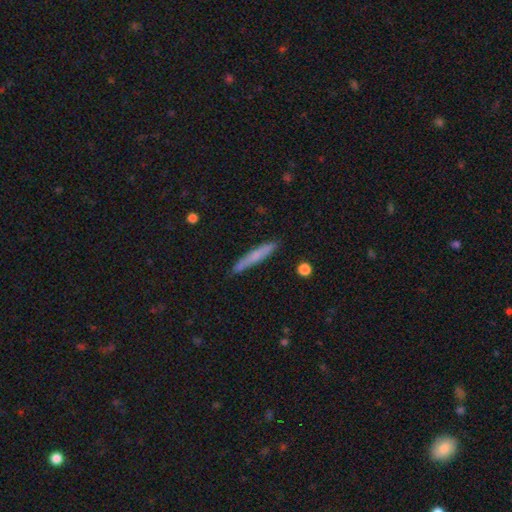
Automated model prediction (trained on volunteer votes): This appears to be a smooth galaxy with no disk features (64%) that is cigar-shaped (95%). Merging: none (86%).